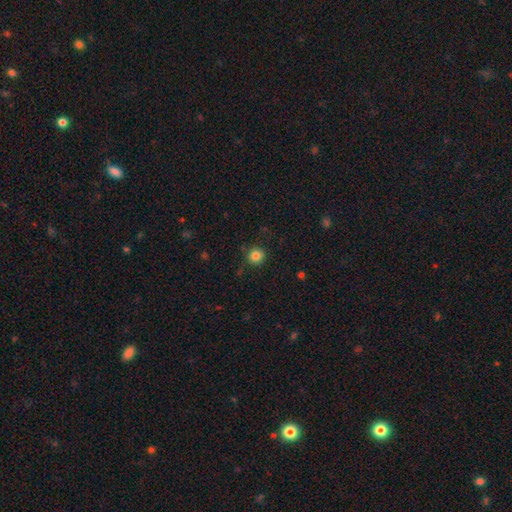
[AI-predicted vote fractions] smooth 84%, star or artifact 12%, featured or disk 5%. Down the decision tree: how rounded — round (94%); merging — none (87%).